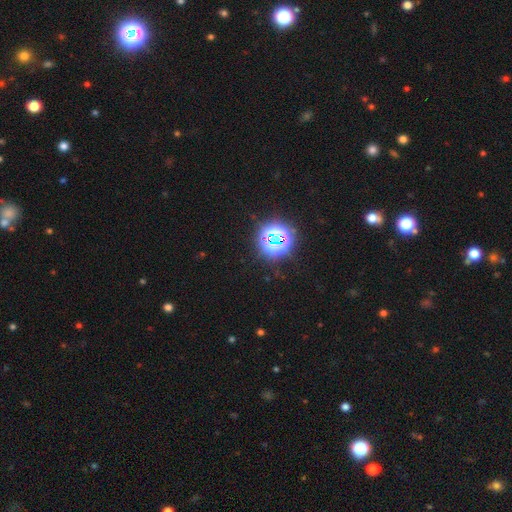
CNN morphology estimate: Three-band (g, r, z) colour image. It shows a star or artifact, not a galaxy (79%).